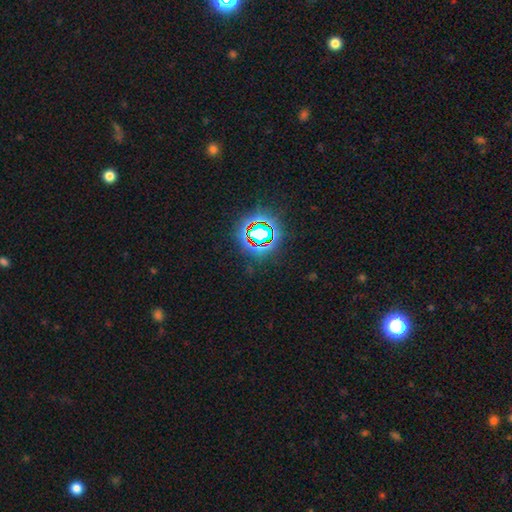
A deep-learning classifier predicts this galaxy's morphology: Smooth or featured? star or artifact (77%)